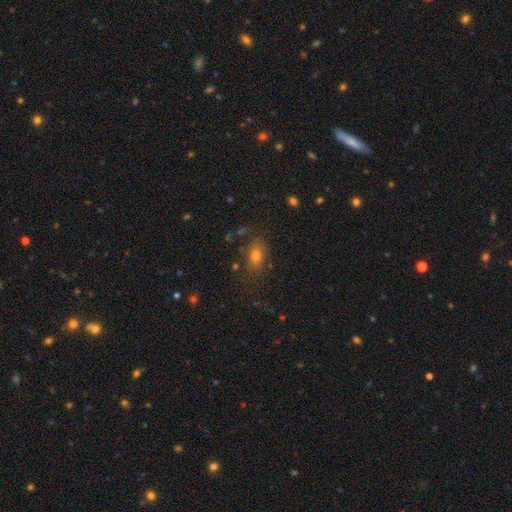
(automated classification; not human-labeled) Smooth or featured? Predicted: smooth (p=0.66). How rounded? Predicted: in between (p=0.75). Merging? Predicted: none (p=0.74).